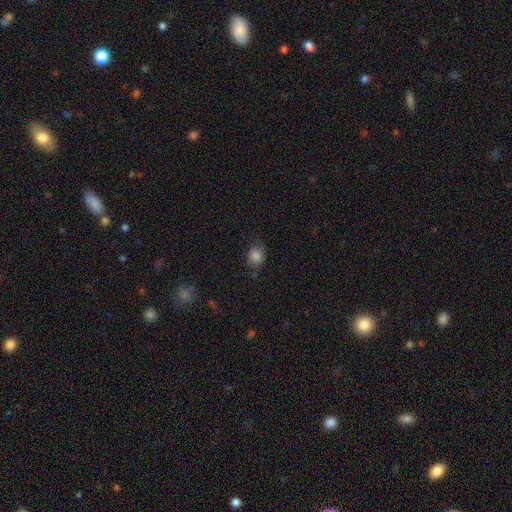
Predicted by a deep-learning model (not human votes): Overall: smooth (83%). How rounded: round (64%; in between 35%). Merging: none (75%).